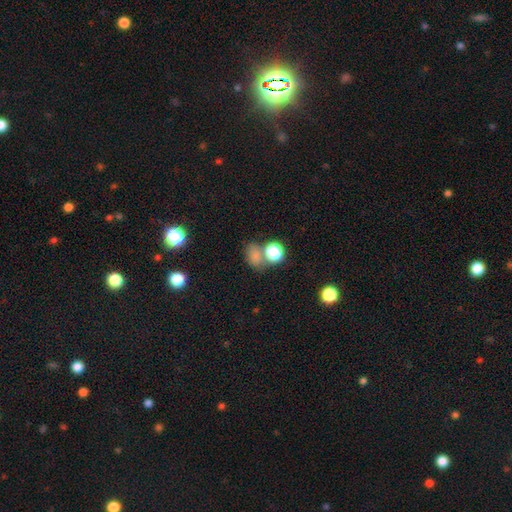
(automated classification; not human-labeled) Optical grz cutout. It shows a smooth galaxy with no disk features (70%) that is in between round and cigar-shaped (59%). Merging: none (52%).